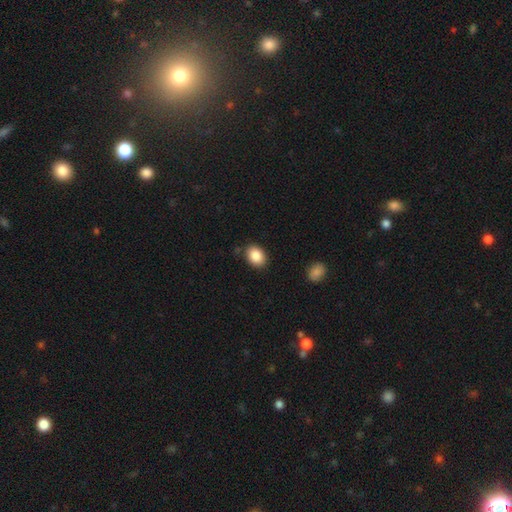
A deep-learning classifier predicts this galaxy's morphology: A smooth galaxy with no disk features (88%) that is in between round and cigar-shaped (68%). Merging: none (84%).